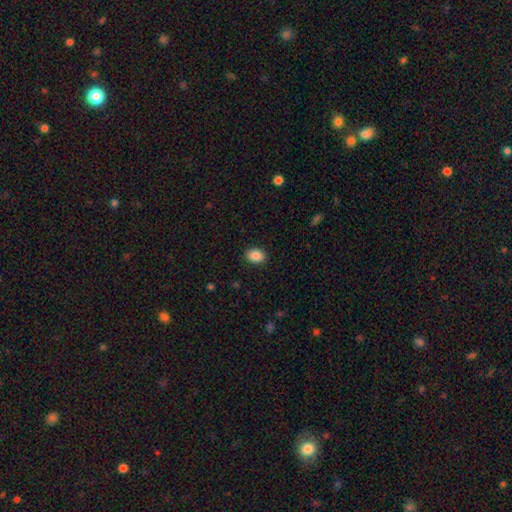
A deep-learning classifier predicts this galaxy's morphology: smooth_or_featured: smooth (p=0.87) [alt: star or artifact p=0.08]
how_rounded: in between (p=0.73) [alt: round p=0.26]
merging: none (p=0.90) [alt: minor disturbance p=0.07]